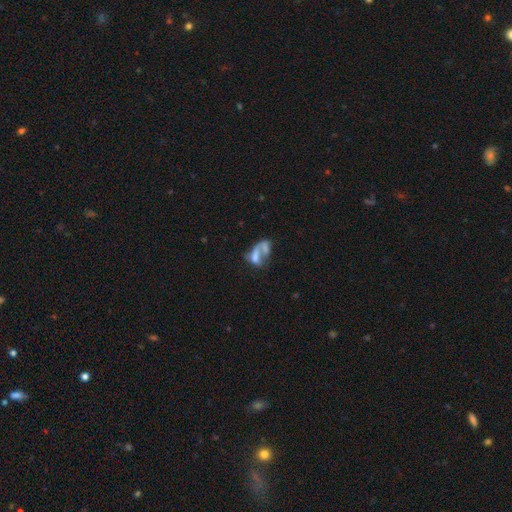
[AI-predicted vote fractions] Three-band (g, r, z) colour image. It shows a smooth galaxy with no disk features (51%) that is in between round and cigar-shaped (80%). Merging: merger (56%).